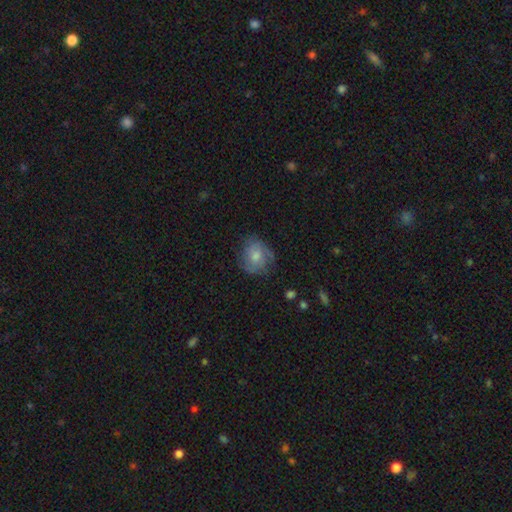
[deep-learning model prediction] smooth 55%, featured or disk 38%, star or artifact 8%. Down the decision tree: how rounded — round (61%); merging — none (61%).